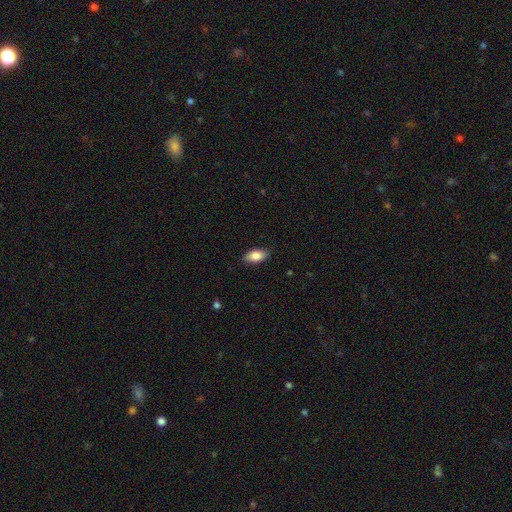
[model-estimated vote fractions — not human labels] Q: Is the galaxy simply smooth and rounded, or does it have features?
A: smooth — 81%.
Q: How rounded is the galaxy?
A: in between — 89%.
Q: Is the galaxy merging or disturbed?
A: none — 87%.